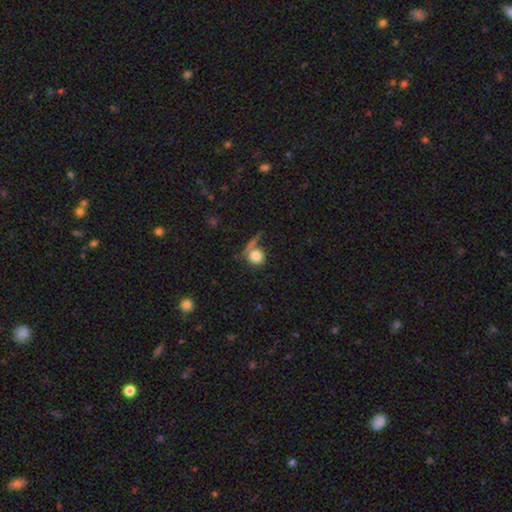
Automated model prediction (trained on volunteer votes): This appears to be a smooth galaxy with no disk features (77%) that is round (85%). Merging: none (46%).